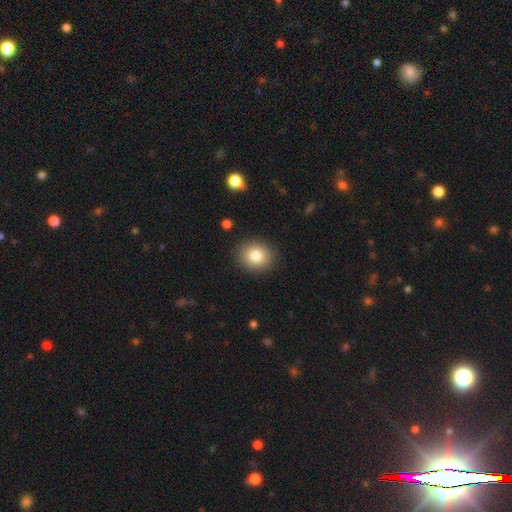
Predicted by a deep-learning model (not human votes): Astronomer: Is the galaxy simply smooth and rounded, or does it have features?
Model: smooth — 82%.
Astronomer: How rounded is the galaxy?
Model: round — 71%.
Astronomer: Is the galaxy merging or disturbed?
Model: none — 89%.